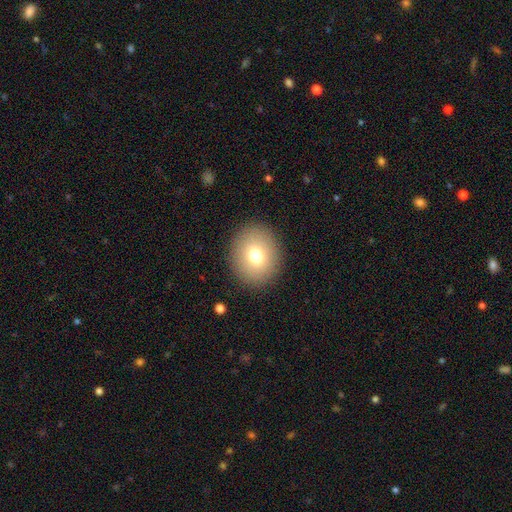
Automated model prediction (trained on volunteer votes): A smooth galaxy with no disk features (74%) that is round (69%).

Vote fractions:
- Smooth or featured? smooth: 74% / featured or disk: 14% / star or artifact: 12%
- How rounded? round: 69% / in between: 31% / cigar-shaped: 1%
- Merging? none: 90% / minor disturbance: 6% / major disturbance: 3% / merger: 1%